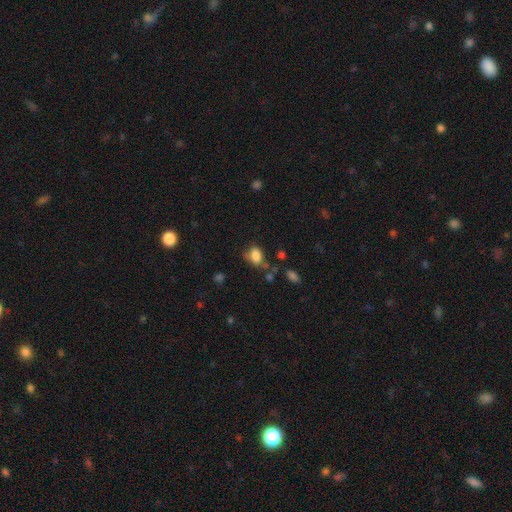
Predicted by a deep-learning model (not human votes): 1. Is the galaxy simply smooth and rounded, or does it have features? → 81% smooth, 11% star or artifact, 9% featured or disk.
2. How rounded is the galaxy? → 69% in between, 29% round, 1% cigar-shaped.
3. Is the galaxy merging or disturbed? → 50% none, 28% minor disturbance, 13% major disturbance, 8% merger.